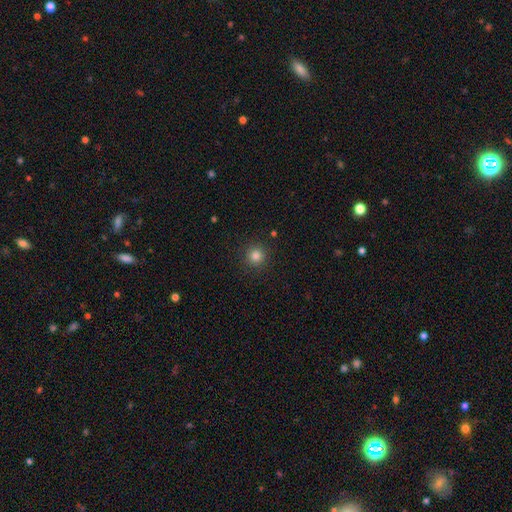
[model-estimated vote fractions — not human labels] smooth 83%, star or artifact 13%, featured or disk 5%. Down the decision tree: how rounded — round (95%); merging — none (90%).